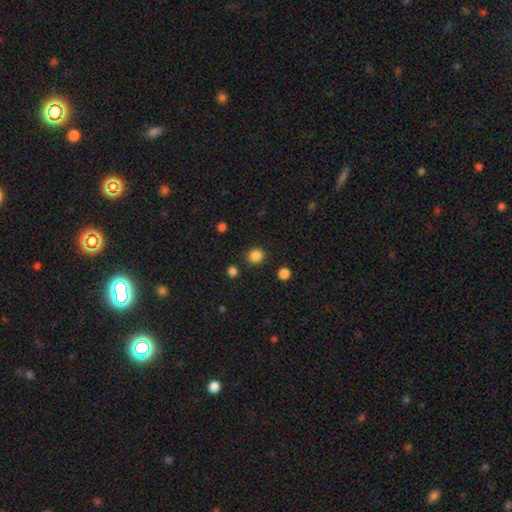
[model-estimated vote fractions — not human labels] Smooth or featured? smooth (85%)
How rounded? round (93%)
Merging? none (89%)